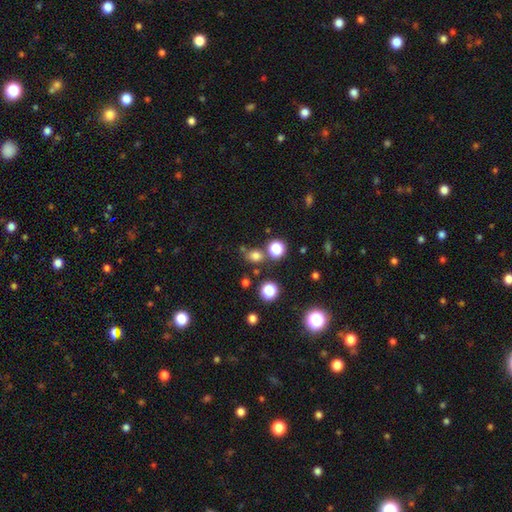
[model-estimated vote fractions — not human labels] This is likely a smooth galaxy (72%). How rounded: likely round (67%). Merging: likely none (67%).